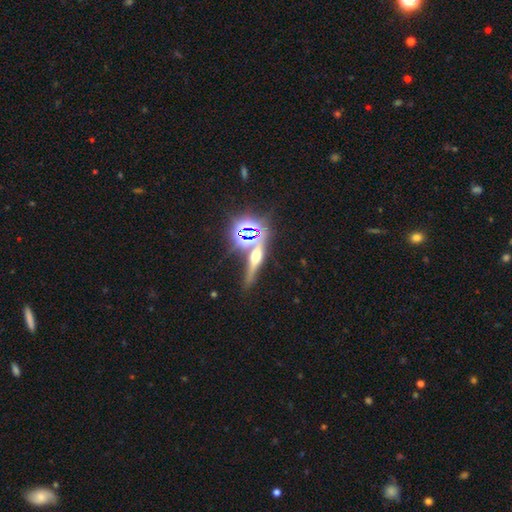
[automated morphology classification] This is marginally a featured or disk galaxy (41%). Merging: likely none (72%).